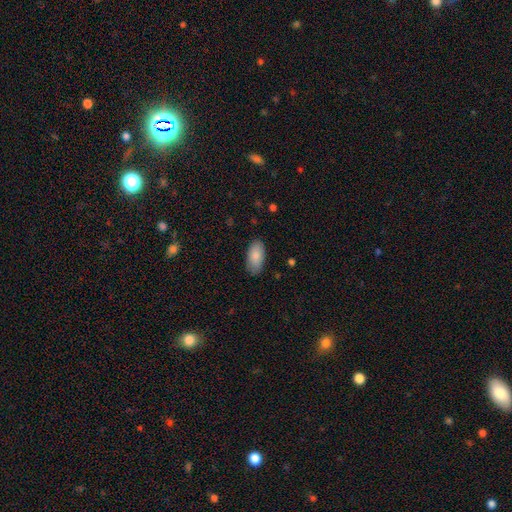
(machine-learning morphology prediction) Overall: smooth (86%). How rounded: in between (94%). Merging: none (84%).